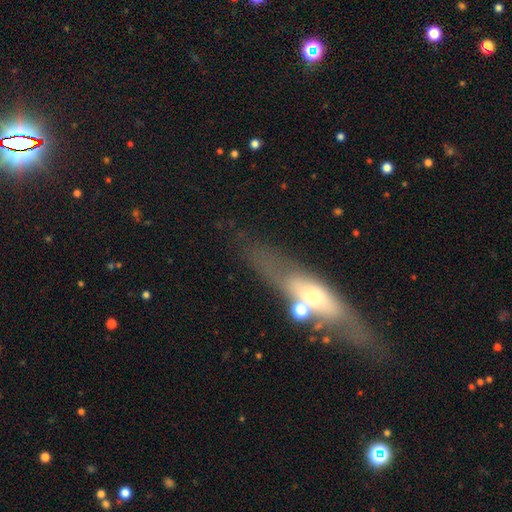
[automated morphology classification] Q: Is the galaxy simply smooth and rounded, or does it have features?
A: featured or disk — 52%.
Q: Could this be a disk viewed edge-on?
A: yes — 54%.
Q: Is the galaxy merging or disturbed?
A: none — 62%.